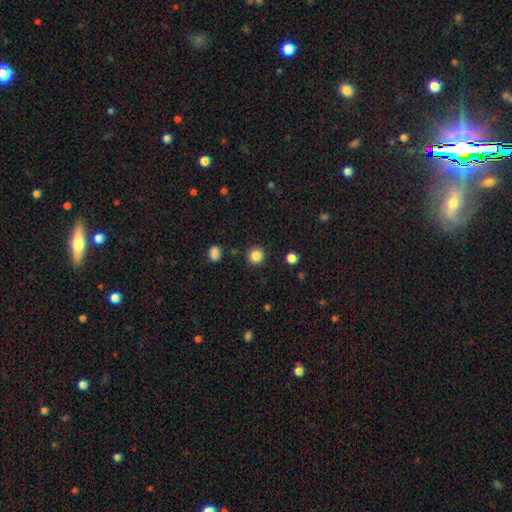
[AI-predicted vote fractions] Overall: smooth (85%). How rounded: round (94%). Merging: none (90%).